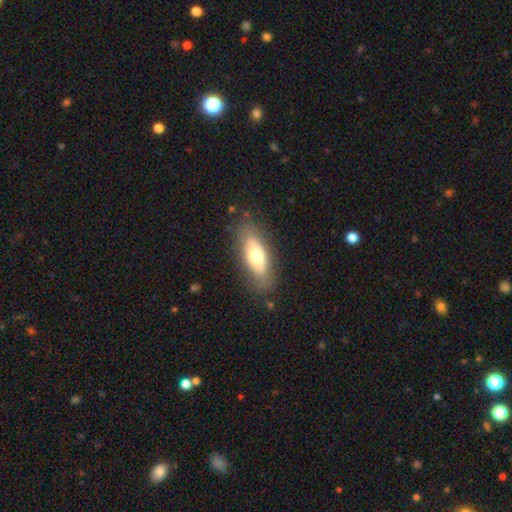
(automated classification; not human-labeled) The model was most divided on "smooth or featured": smooth: 62%, featured or disk: 31%, star or artifact: 7%. More confident: merging — none (81%); how rounded — in between (77%).